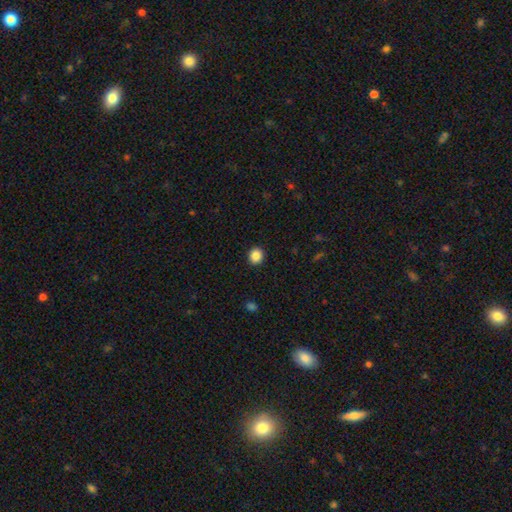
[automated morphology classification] A smooth galaxy with no disk features (87%) that is round (85%).

Vote fractions:
- Smooth or featured? smooth: 87% / star or artifact: 10% / featured or disk: 3%
- How rounded? round: 85% / in between: 14% / cigar-shaped: 1%
- Merging? none: 92% / minor disturbance: 5% / major disturbance: 2% / merger: 1%